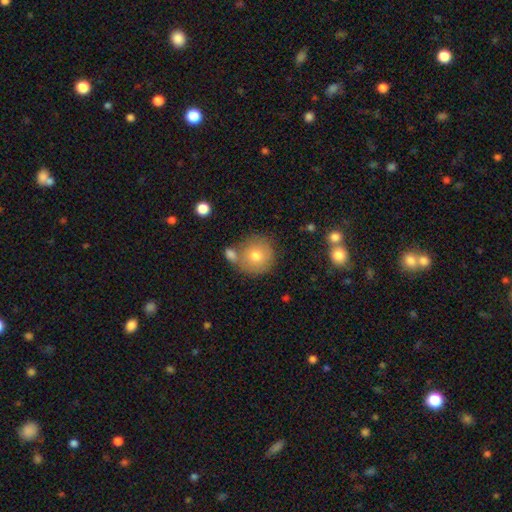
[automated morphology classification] Smooth or featured?
  - smooth: 75% *
  - featured or disk: 16%
  - star or artifact: 9%
How rounded?
  - round: 93% *
  - in between: 6%
  - cigar-shaped: 1%
Merging?
  - none: 61% *
  - merger: 22%
  - minor disturbance: 13%
  - major disturbance: 4%